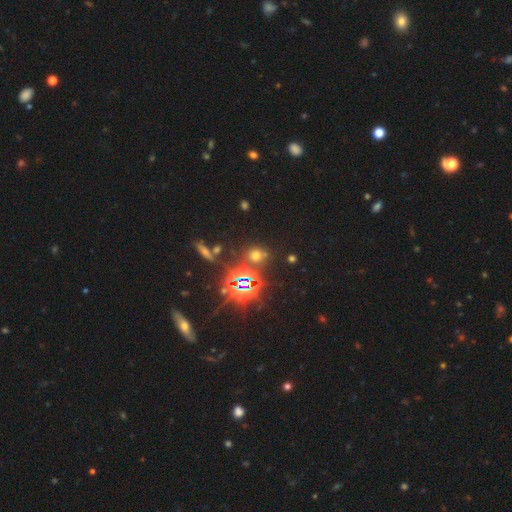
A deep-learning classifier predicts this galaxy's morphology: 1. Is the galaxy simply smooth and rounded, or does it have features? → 48% star or artifact, 44% smooth, 8% featured or disk.